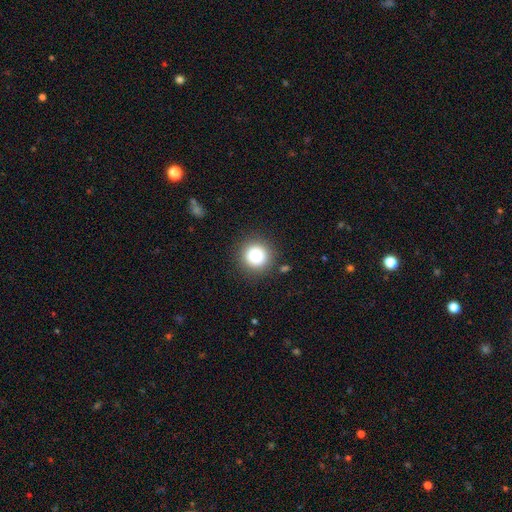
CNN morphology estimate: smooth 85%, star or artifact 10%, featured or disk 4%. Down the decision tree: how rounded — round (94%); merging — none (88%).